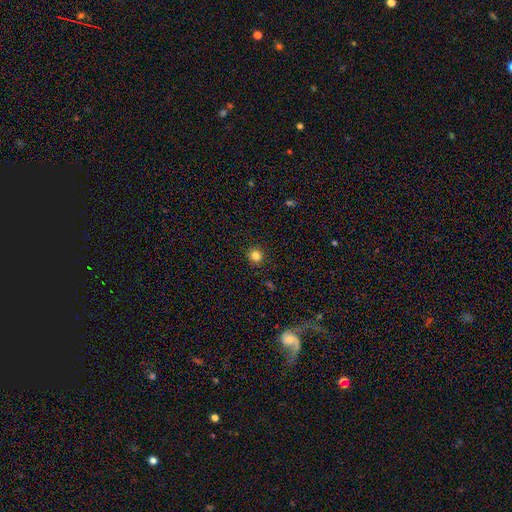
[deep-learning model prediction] Morphology: type=smooth (83%); roundness=round (92%); merging=none (92%).